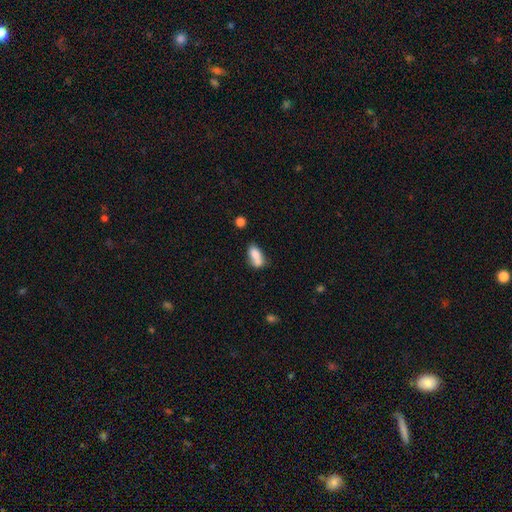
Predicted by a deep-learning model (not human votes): A smooth galaxy with no disk features (76%) that is in between round and cigar-shaped (83%). Merging: merger (38%).